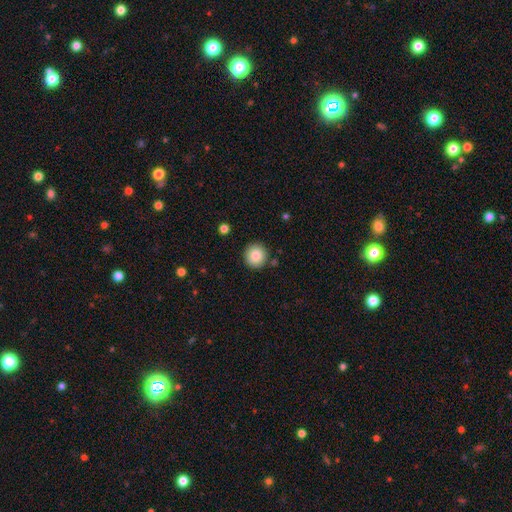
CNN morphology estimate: Smooth or featured? Predicted: smooth (p=0.85). How rounded? Predicted: round (p=0.94). Merging? Predicted: none (p=0.89).